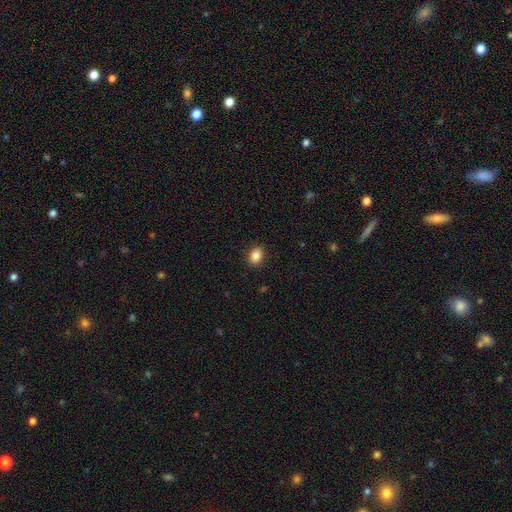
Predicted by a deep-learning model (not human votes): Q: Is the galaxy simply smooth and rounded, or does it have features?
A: smooth — 86%.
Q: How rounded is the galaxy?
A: in between — 63%.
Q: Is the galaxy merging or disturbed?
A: none — 89%.